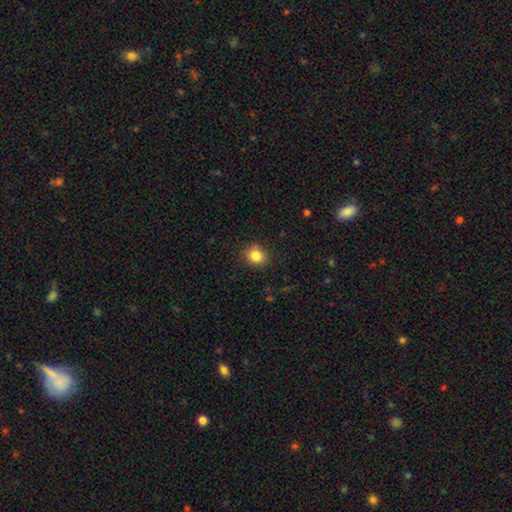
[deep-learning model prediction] smooth_or_featured: smooth (p=0.84) [alt: star or artifact p=0.10]
how_rounded: round (p=0.82) [alt: in between p=0.17]
merging: none (p=0.88) [alt: minor disturbance p=0.08]